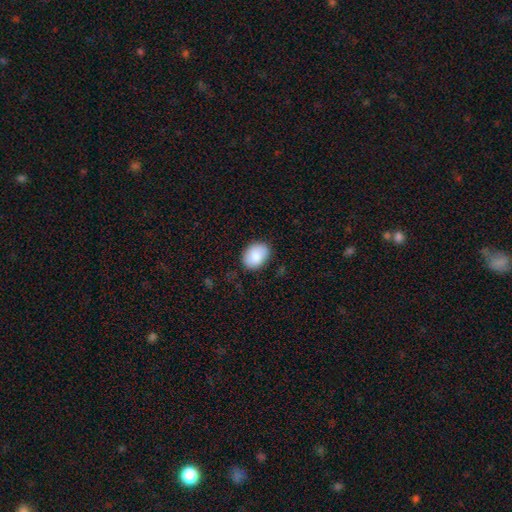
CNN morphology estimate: smooth 85%, featured or disk 8%, star or artifact 7%. Down the decision tree: how rounded — in between (73%); merging — none (82%).